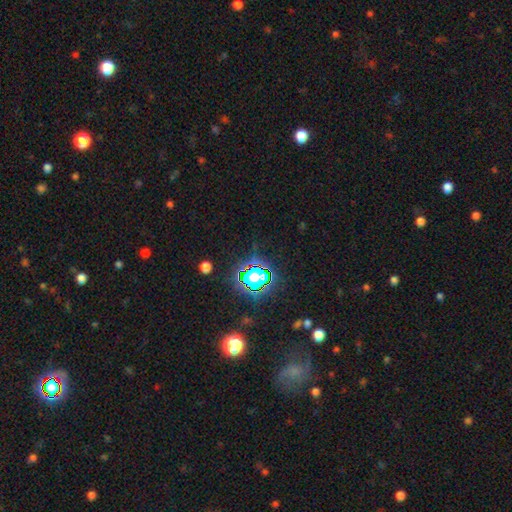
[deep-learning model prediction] This is likely a star or artifact rather than a galaxy (78%).